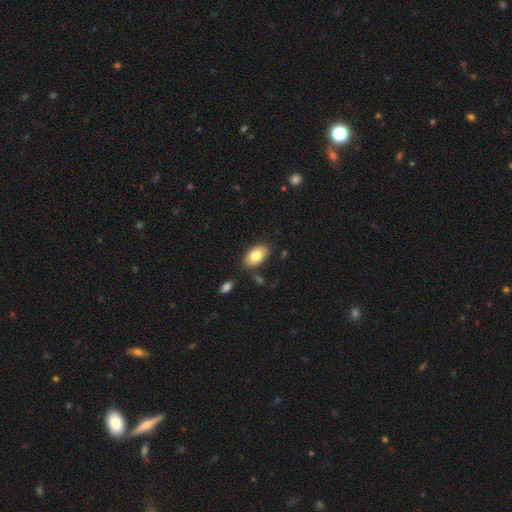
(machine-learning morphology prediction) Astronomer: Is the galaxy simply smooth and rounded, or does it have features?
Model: smooth — 80%.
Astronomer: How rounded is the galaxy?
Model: in between — 93%.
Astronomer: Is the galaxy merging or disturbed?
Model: none — 82%.